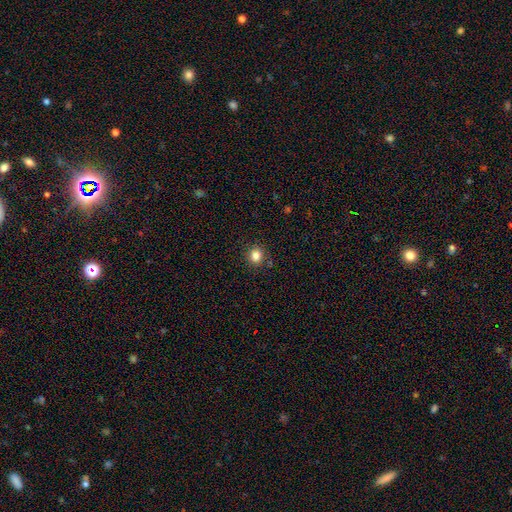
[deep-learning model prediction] smooth 84%, star or artifact 12%, featured or disk 4%. Down the decision tree: how rounded — round (83%); merging — none (89%).